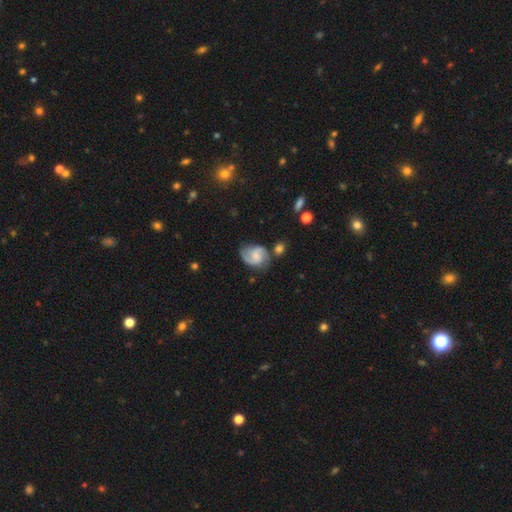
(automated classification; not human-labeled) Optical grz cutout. It shows a featured or disk galaxy (74%) with no bar (49%), 2 (84%) medium (51%) spiral arms (95%) and a small central bulge (41%). Merging: none (65%).